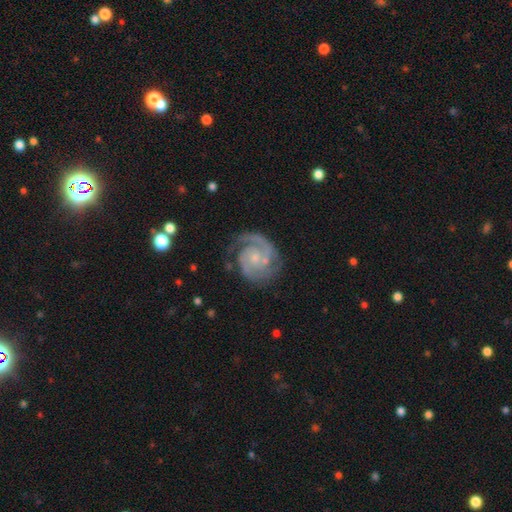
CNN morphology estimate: Overall: featured or disk (90%). Edge-on disk: no (98%). Bar: no (67%). Spiral arms: yes (98%). Spiral arm count: 2 (76%). Spiral winding: tight (58%; medium 36%). Bulge size: small (68%). Merging: none (73%).